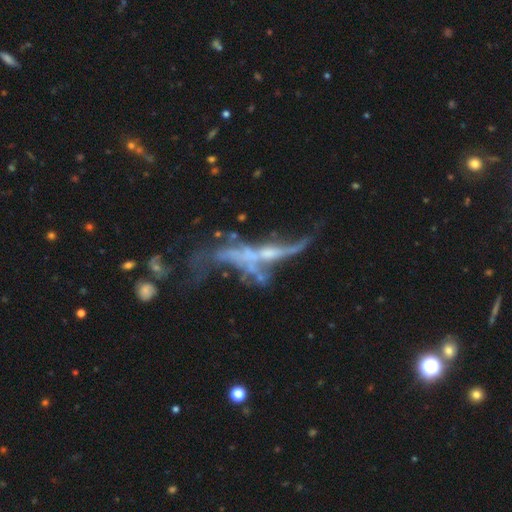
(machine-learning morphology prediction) smooth_or_featured: featured or disk (p=0.69) [alt: star or artifact p=0.16]
disk_edge_on: no (p=0.66) [alt: yes p=0.34]
merging: major disturbance (p=0.35) [tied with: merger p=0.35]